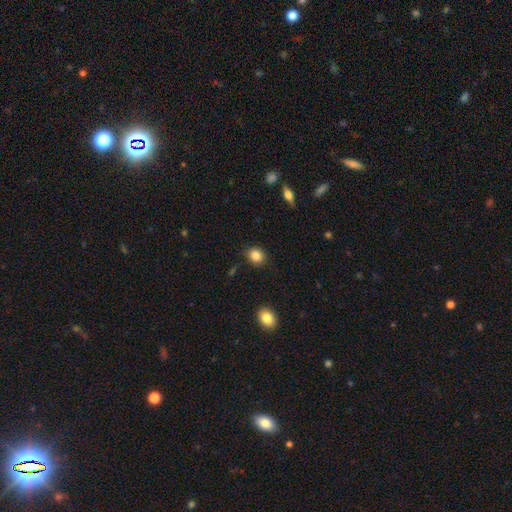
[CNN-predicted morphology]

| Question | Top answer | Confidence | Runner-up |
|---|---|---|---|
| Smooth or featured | smooth | 85% | star or artifact (10%) |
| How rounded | round | 67% | in between (32%) |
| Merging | none | 86% | minor disturbance (11%) |